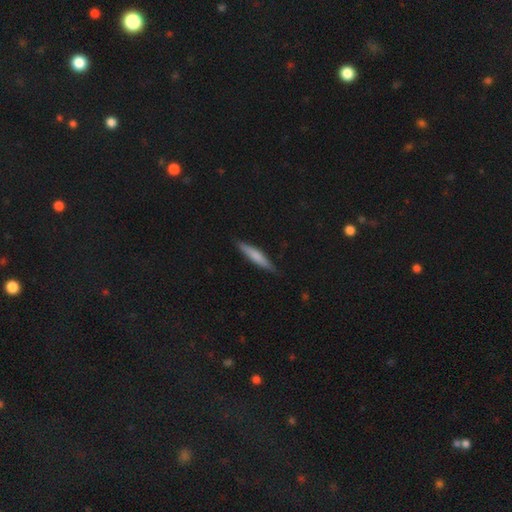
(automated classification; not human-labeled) Morphology: type=smooth (70%); roundness=cigar-shaped (88%); merging=none (85%).